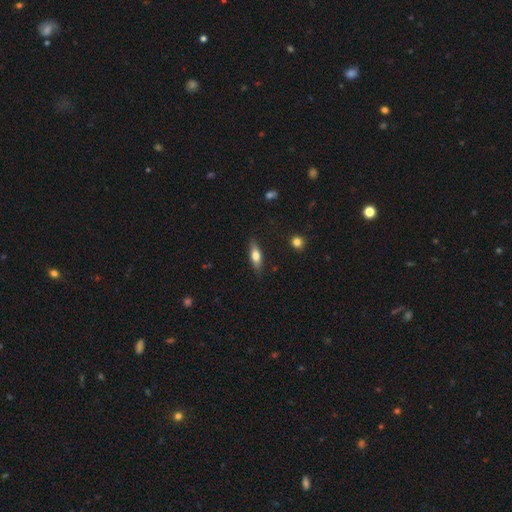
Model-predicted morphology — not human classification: A smooth galaxy with no disk features (62%) that is in between round and cigar-shaped (51%). Merging: none (83%).